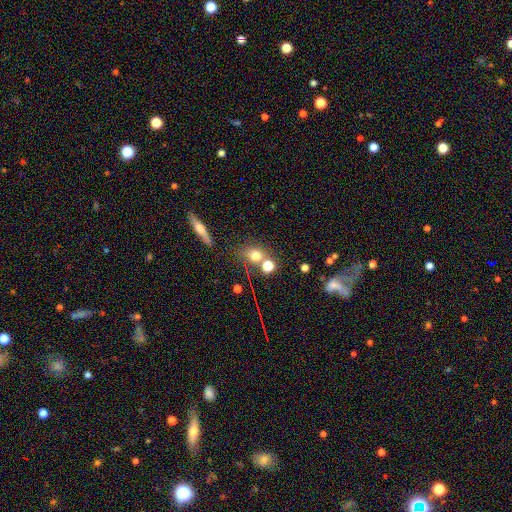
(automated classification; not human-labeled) Smooth or featured: smooth — 69% (star or artifact — 17%)
How rounded: round — 68% (in between — 28%)
Merging: none — 59% (merger — 25%)